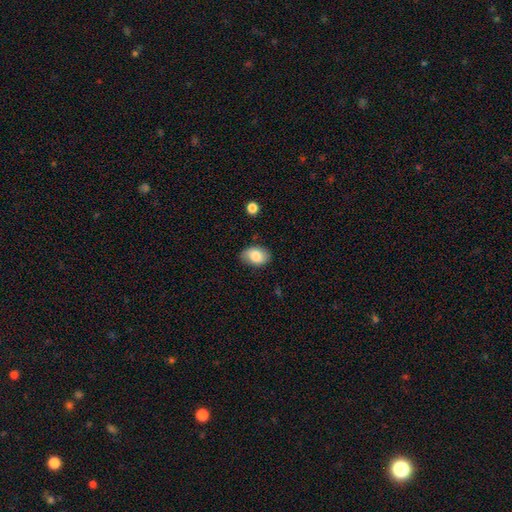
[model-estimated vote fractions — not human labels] Smooth or featured?
  - smooth: 83% *
  - featured or disk: 10%
  - star or artifact: 7%
How rounded?
  - in between: 84% *
  - round: 15%
  - cigar-shaped: 1%
Merging?
  - none: 78% *
  - minor disturbance: 18%
  - major disturbance: 3%
  - merger: 1%